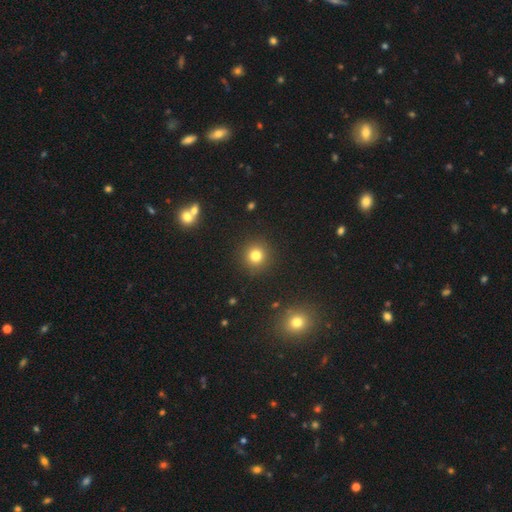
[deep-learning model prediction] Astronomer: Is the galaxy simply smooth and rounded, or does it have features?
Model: smooth — 79%.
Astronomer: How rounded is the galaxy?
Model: round — 94%.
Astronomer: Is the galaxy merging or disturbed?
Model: none — 91%.